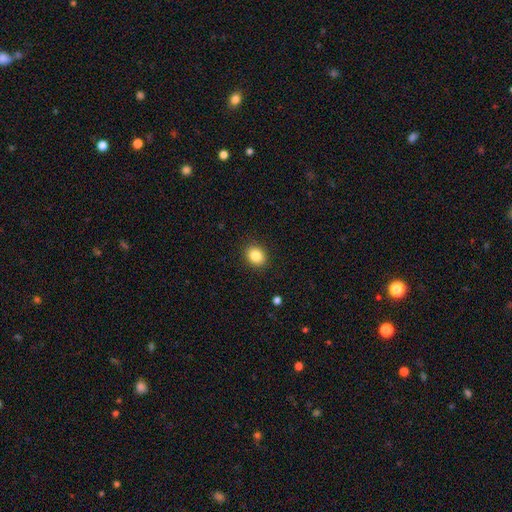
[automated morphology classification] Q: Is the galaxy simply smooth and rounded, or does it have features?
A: smooth — 85%.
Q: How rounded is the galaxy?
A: round — 56%.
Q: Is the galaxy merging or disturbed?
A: none — 89%.